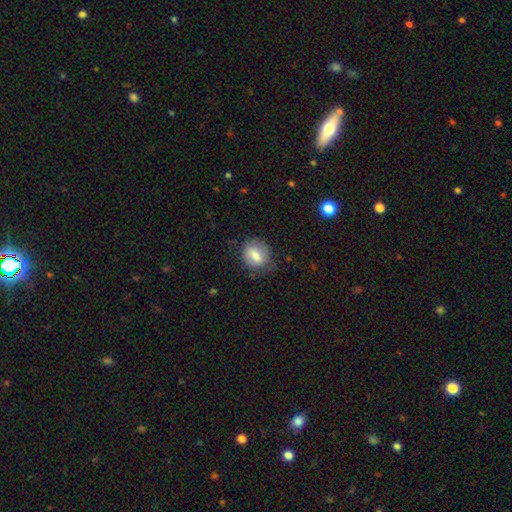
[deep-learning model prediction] smooth_or_featured: smooth (p=0.74) [alt: featured or disk p=0.18]
how_rounded: round (p=0.50) [alt: in between p=0.48]
merging: none (p=0.69) [alt: minor disturbance p=0.22]